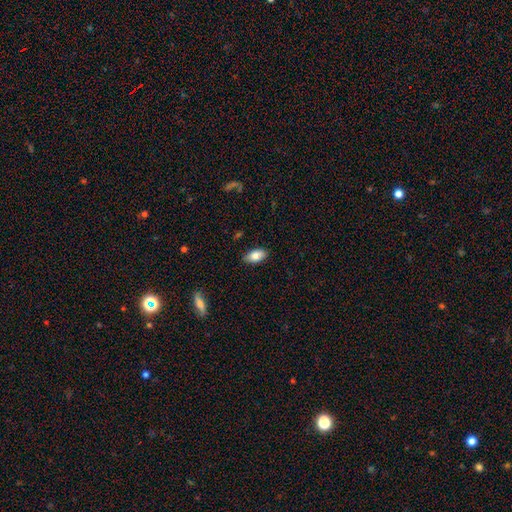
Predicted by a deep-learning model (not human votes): Morphology: type=smooth (83%); roundness=in between (92%); merging=none (85%).